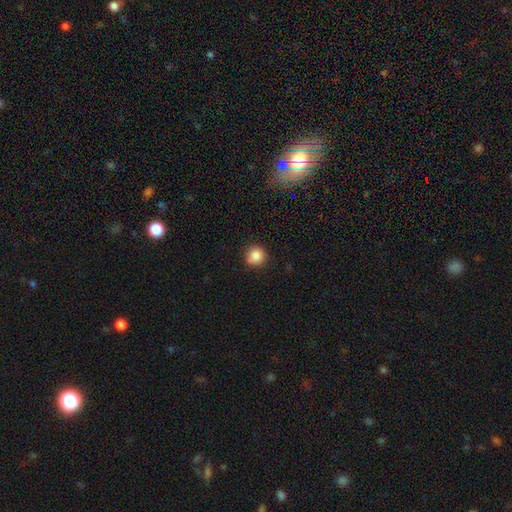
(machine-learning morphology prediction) smooth_or_featured: smooth (p=0.86) [alt: star or artifact p=0.10]
how_rounded: round (p=0.93) [alt: in between p=0.06]
merging: none (p=0.86) [alt: minor disturbance p=0.11]